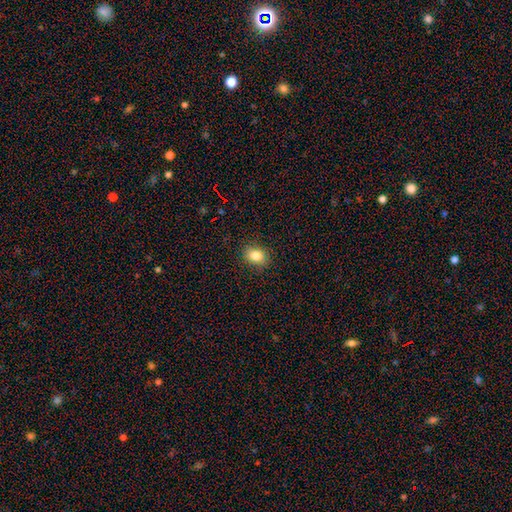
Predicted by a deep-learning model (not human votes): Morphology: type=smooth (83%); roundness=in between (60%); merging=none (88%).